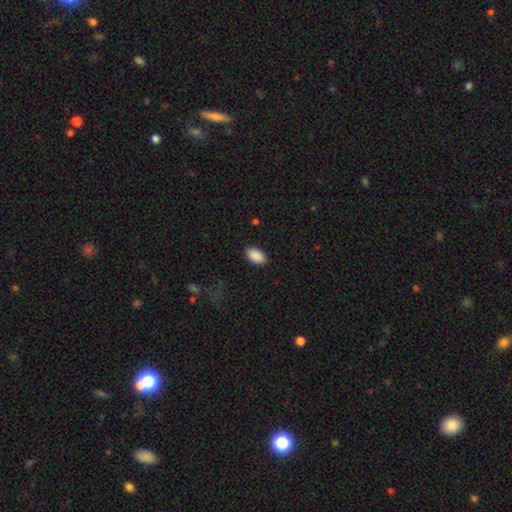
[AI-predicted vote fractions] Morphology: type=smooth (90%); roundness=in between (94%); merging=none (88%).